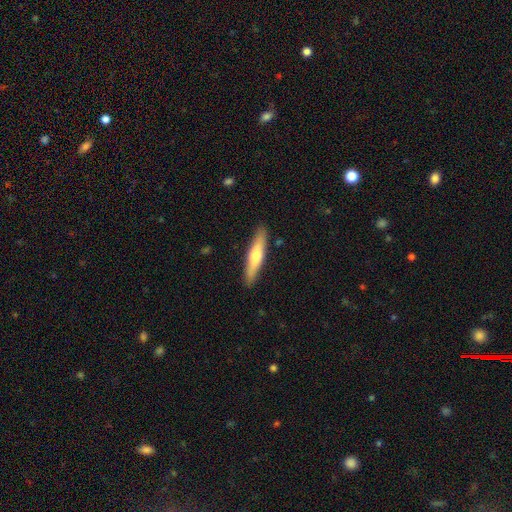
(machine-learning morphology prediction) smooth_or_featured: smooth (p=0.53) [alt: featured or disk p=0.42]
how_rounded: cigar-shaped (p=0.84) [alt: in between p=0.14]
merging: none (p=0.89) [alt: minor disturbance p=0.08]